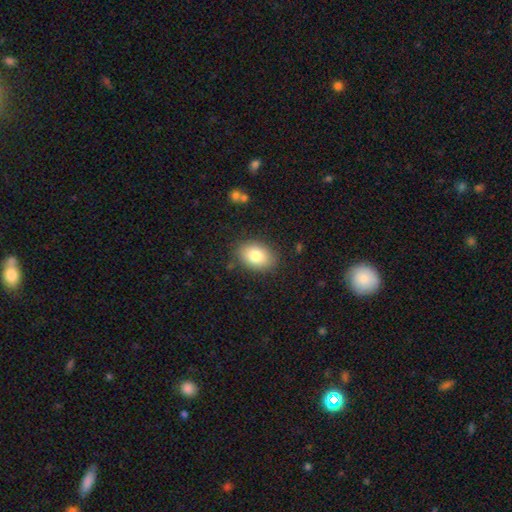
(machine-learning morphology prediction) This appears to be a smooth galaxy with no disk features (82%) that is in between round and cigar-shaped (77%). Merging: none (85%).